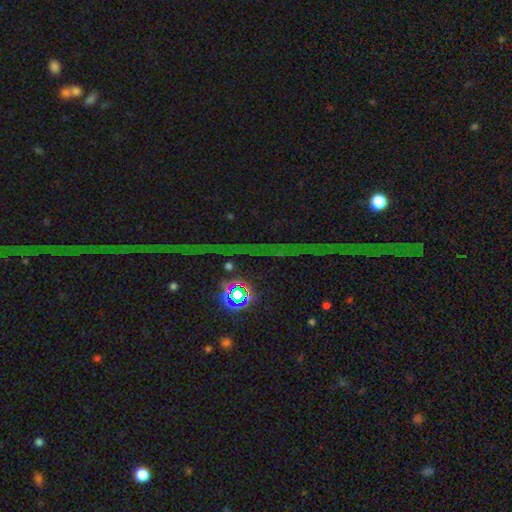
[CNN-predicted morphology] smooth-or-featured: star or artifact: 79% | featured or disk: 12% | smooth: 10%